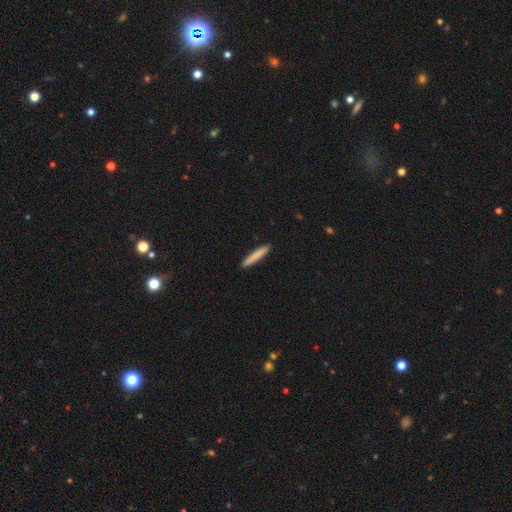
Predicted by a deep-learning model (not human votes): smooth 83%, featured or disk 12%, star or artifact 6%. Down the decision tree: how rounded — cigar-shaped (95%); merging — none (92%).